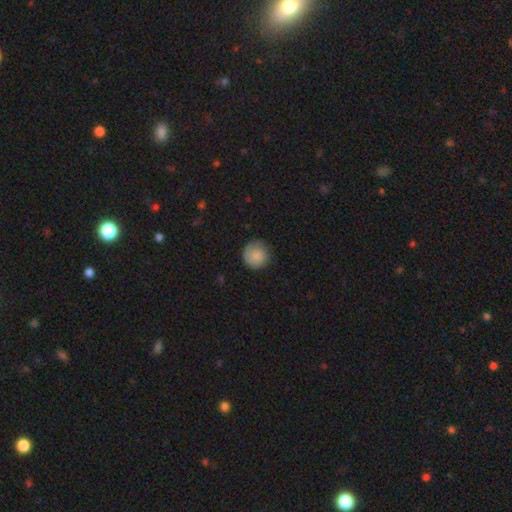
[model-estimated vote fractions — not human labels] A smooth galaxy with no disk features (85%) that is round (94%).

Vote fractions:
- Smooth or featured? smooth: 85% / featured or disk: 8% / star or artifact: 7%
- How rounded? round: 94% / in between: 5% / cigar-shaped: 1%
- Merging? none: 81% / minor disturbance: 14% / major disturbance: 4% / merger: 1%